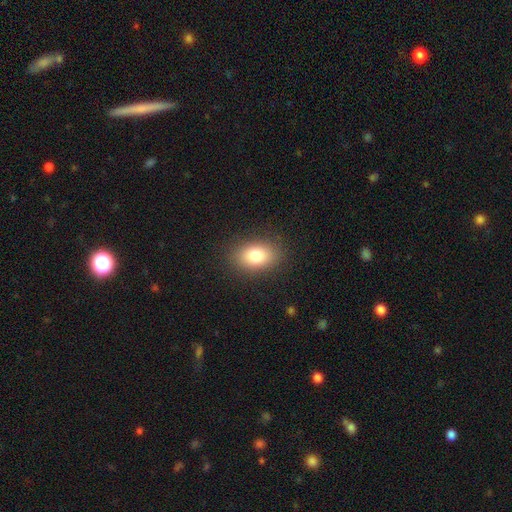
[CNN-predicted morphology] This is clearly a smooth galaxy (81%). How rounded: clearly in between (81%). Merging: clearly none (86%).